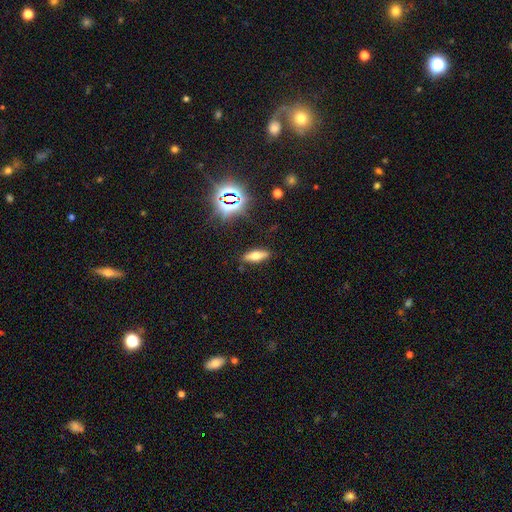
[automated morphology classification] Overall: smooth (57%; featured or disk 27%). How rounded: in between (54%; cigar-shaped 43%). Merging: none (86%).